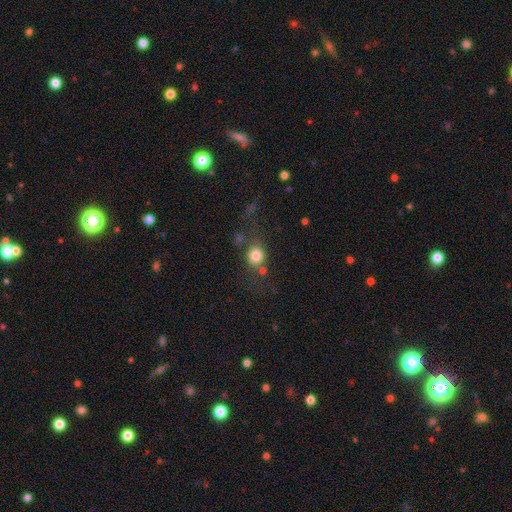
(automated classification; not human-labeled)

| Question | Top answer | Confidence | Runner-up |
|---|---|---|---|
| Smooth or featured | smooth | 78% | star or artifact (12%) |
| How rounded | round | 76% | in between (22%) |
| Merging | none | 61% | minor disturbance (16%) |